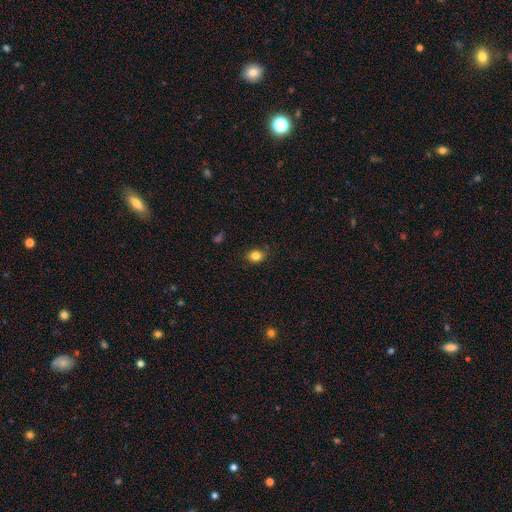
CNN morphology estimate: This is clearly a smooth galaxy (83%). How rounded: possibly in between (53%). Merging: clearly none (85%).